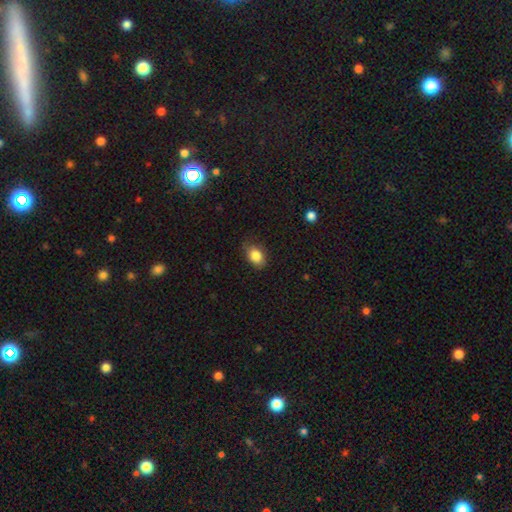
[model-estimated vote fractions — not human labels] Smooth or featured: smooth — 85% (star or artifact — 8%)
How rounded: in between — 80% (round — 19%)
Merging: none — 75% (minor disturbance — 20%)